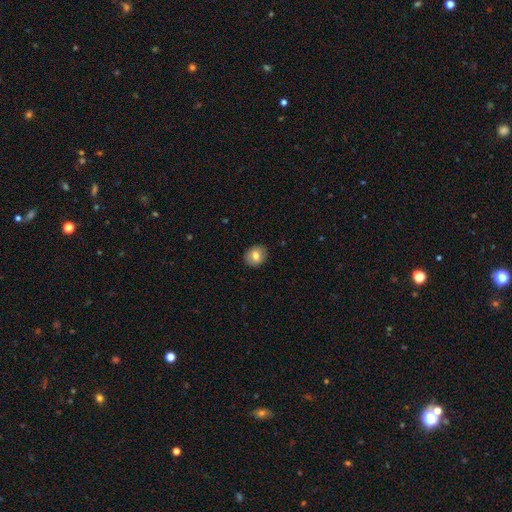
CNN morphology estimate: smooth-or-featured: smooth: 77% | featured or disk: 15% | star or artifact: 9%
  how-rounded: round: 69% | in between: 30% | cigar-shaped: 1%
  merging: none: 89% | minor disturbance: 8% | major disturbance: 2% | merger: 1%